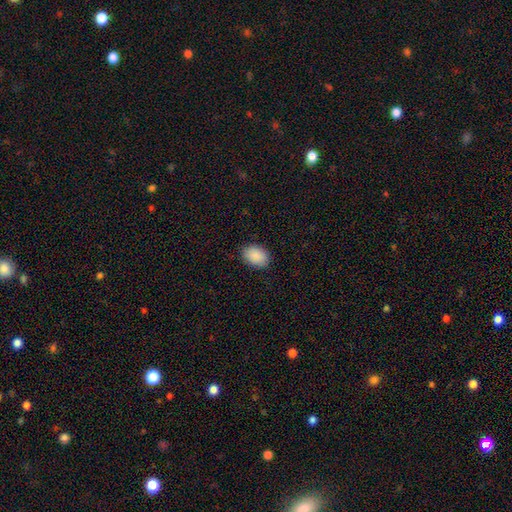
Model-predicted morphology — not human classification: smooth 90%, star or artifact 7%, featured or disk 3%. Down the decision tree: how rounded — in between (84%); merging — none (88%).